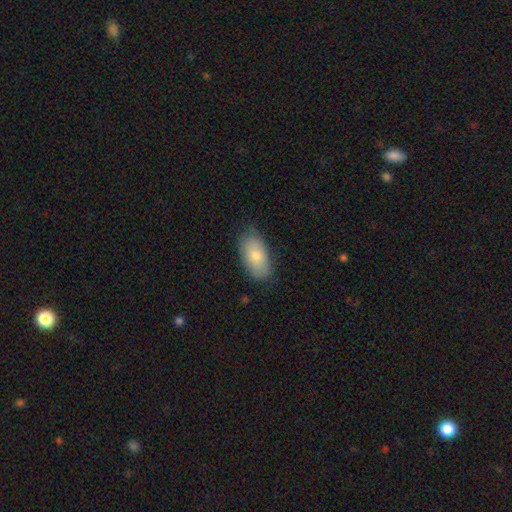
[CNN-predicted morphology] This appears to be a smooth galaxy with no disk features (77%) that is in between round and cigar-shaped (93%). Merging: none (78%).